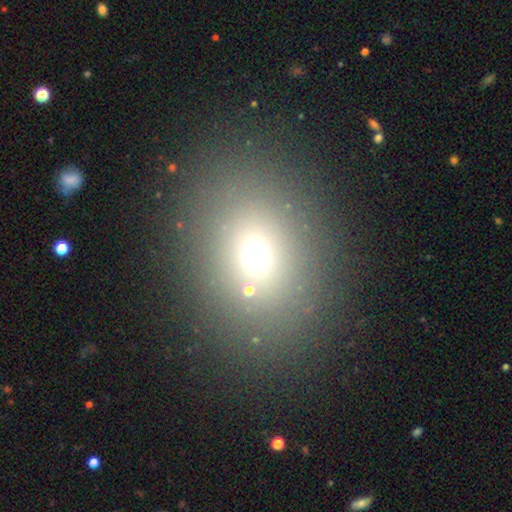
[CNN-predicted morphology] A smooth galaxy with no disk features (65%) that is in between round and cigar-shaped (52%). Merging: none (82%).